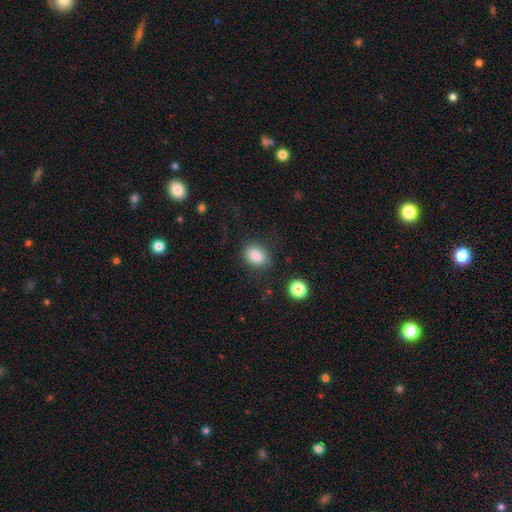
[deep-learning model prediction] Smooth or featured? smooth (84%)
How rounded? in between (63%)
Merging? none (79%)